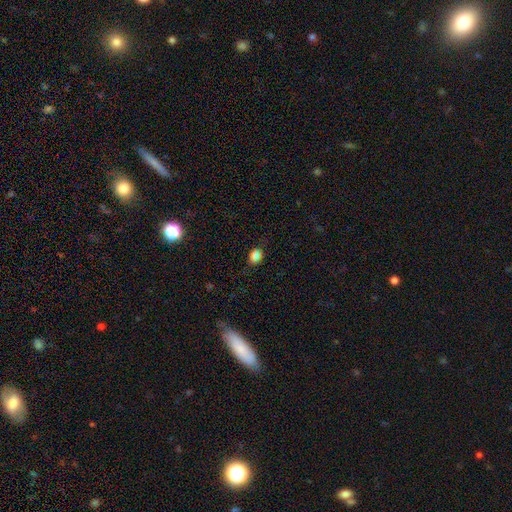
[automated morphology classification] A smooth galaxy with no disk features (85%) that is in between round and cigar-shaped (54%).

Vote fractions:
- Smooth or featured? smooth: 85% / star or artifact: 11% / featured or disk: 4%
- How rounded? in between: 54% / round: 45% / cigar-shaped: 1%
- Merging? none: 80% / minor disturbance: 15% / major disturbance: 4% / merger: 1%